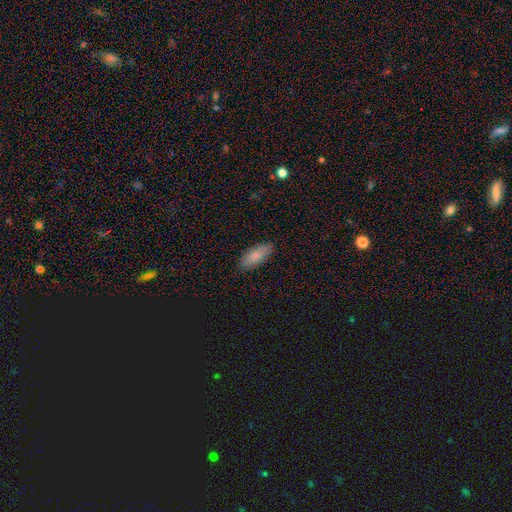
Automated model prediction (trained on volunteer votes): Q: Smooth or featured?
A: smooth (82%); runner-up: featured or disk (11%)
Q: How rounded?
A: in between (82%); runner-up: cigar-shaped (16%)
Q: Merging?
A: none (87%); runner-up: minor disturbance (10%)